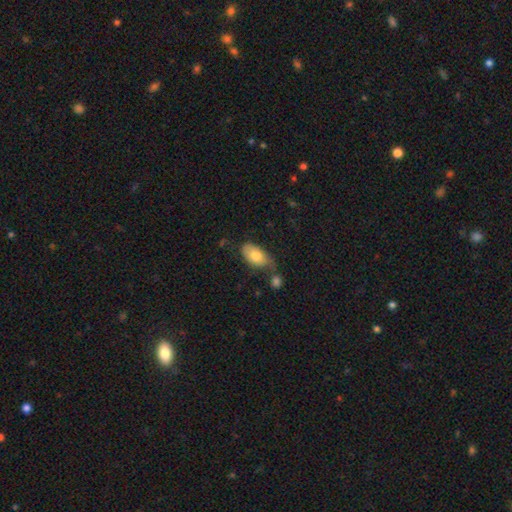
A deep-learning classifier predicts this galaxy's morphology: smooth_or_featured: smooth (p=0.76) [alt: featured or disk p=0.17]
how_rounded: in between (p=0.93) [alt: round p=0.05]
merging: none (p=0.44) [alt: minor disturbance p=0.26]